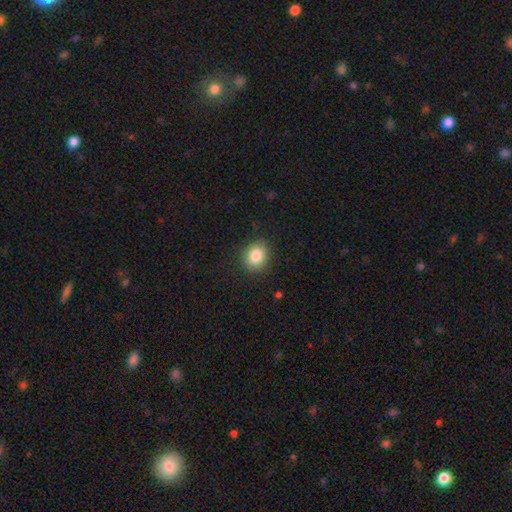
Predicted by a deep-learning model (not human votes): Smooth or featured? smooth (85%)
How rounded? round (57%)
Merging? none (88%)